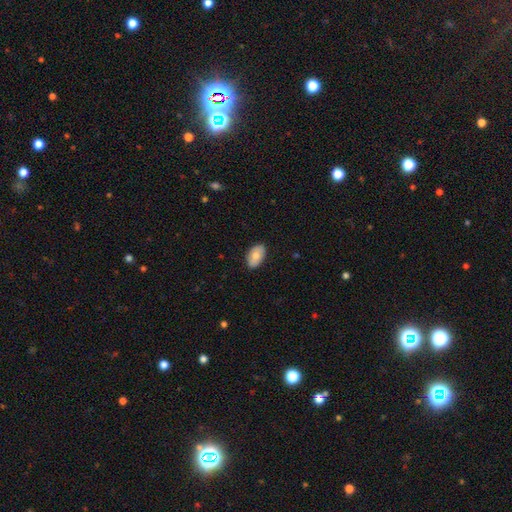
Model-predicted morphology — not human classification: type=smooth (74%); roundness=in between (93%); merging=none (84%).